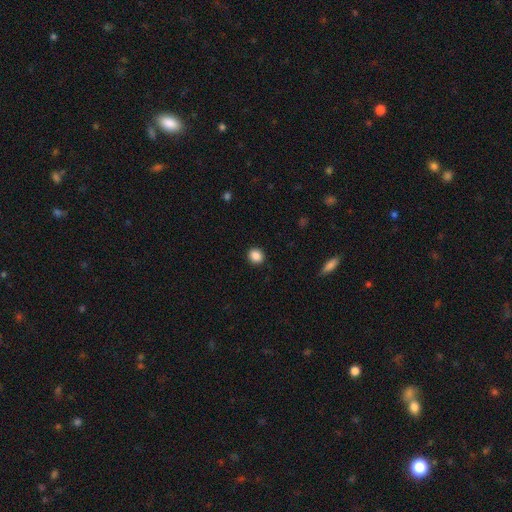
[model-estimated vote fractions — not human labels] Smooth or featured?
  - smooth: 88% *
  - star or artifact: 9%
  - featured or disk: 3%
How rounded?
  - round: 85% *
  - in between: 14%
  - cigar-shaped: 1%
Merging?
  - none: 92% *
  - minor disturbance: 6%
  - major disturbance: 2%
  - merger: 1%